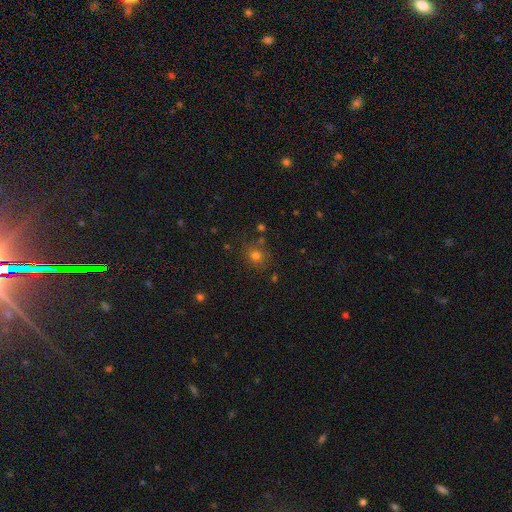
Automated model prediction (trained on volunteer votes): Q: Smooth or featured?
A: smooth (73%); runner-up: star or artifact (18%)
Q: How rounded?
A: round (80%); runner-up: in between (19%)
Q: Merging?
A: none (77%); runner-up: minor disturbance (13%)